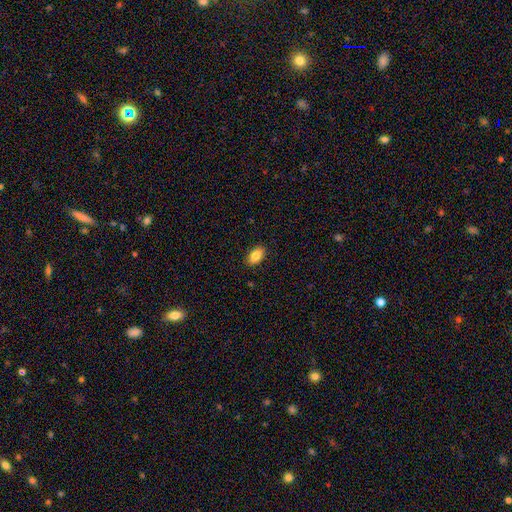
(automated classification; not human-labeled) Smooth or featured?
  - smooth: 84% *
  - star or artifact: 8%
  - featured or disk: 8%
How rounded?
  - in between: 91% *
  - round: 8%
  - cigar-shaped: 2%
Merging?
  - none: 89% *
  - minor disturbance: 8%
  - major disturbance: 2%
  - merger: 1%